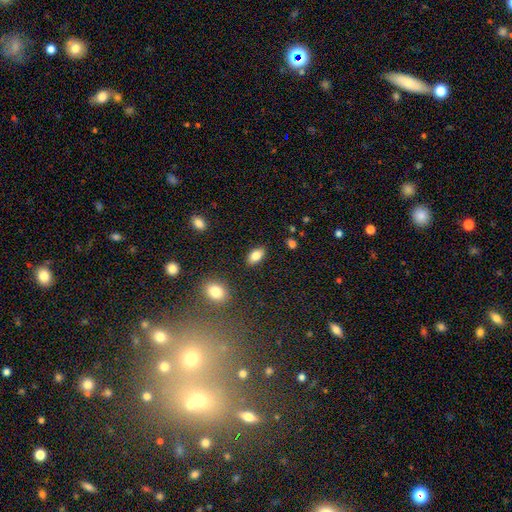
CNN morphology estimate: Overall: smooth (83%). How rounded: in between (91%). Merging: none (88%).